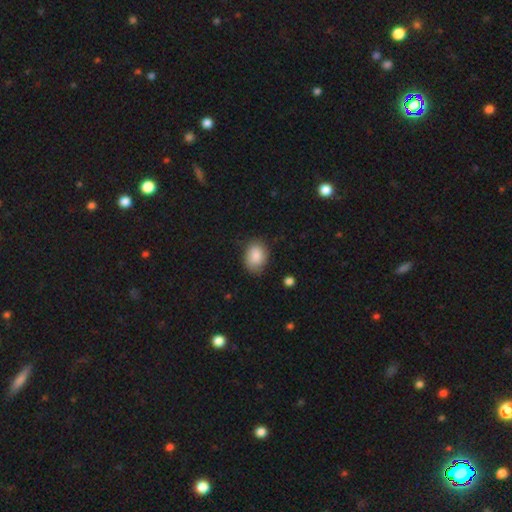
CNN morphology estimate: smooth-or-featured: smooth: 86% | star or artifact: 7% | featured or disk: 7%
  how-rounded: in between: 76% | round: 23% | cigar-shaped: 1%
  merging: none: 76% | minor disturbance: 19% | major disturbance: 4% | merger: 2%